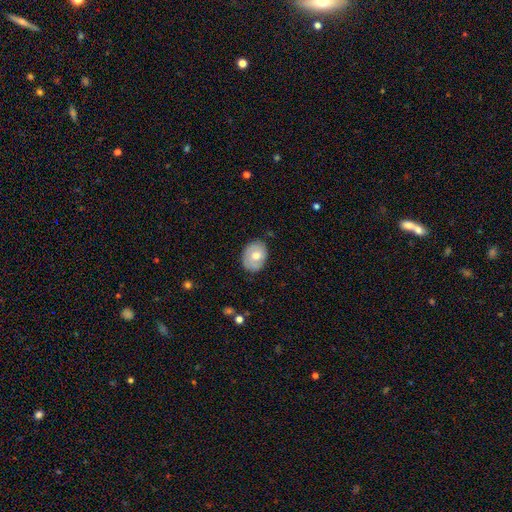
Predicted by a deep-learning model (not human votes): The model was most divided on "how rounded": in between: 56%, round: 43%, cigar-shaped: 1%. More confident: merging — none (78%); smooth or featured — smooth (55%).